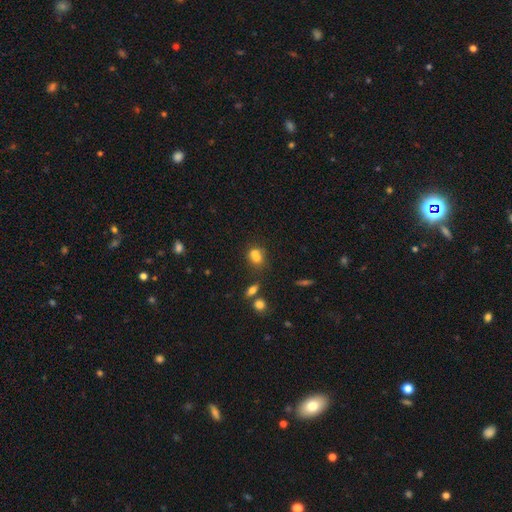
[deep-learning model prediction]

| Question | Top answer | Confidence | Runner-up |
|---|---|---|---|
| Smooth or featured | smooth | 69% | featured or disk (17%) |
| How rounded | round | 62% | in between (36%) |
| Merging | merger | 57% | none (31%) |